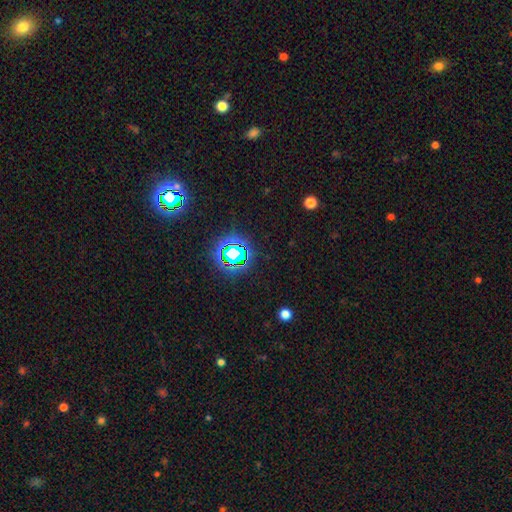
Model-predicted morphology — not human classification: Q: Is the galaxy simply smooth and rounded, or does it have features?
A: star or artifact — 78%.